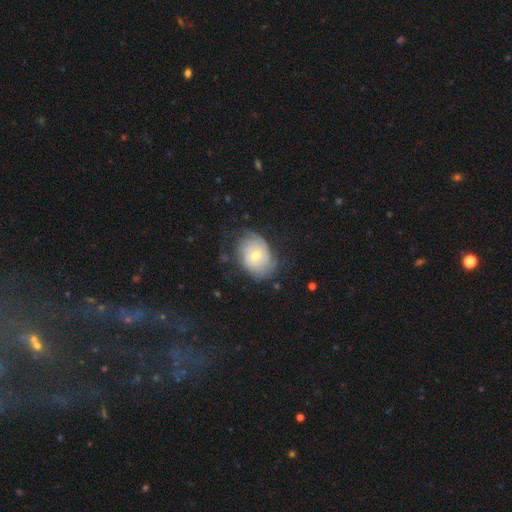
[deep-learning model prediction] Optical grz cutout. It shows a featured or disk galaxy (65%) with no bar (78%), tight (61%) spiral arms (83%) and a small central bulge (49%). Merging: none (60%).